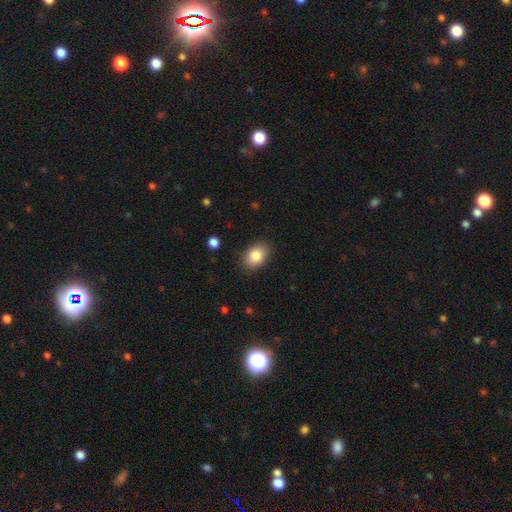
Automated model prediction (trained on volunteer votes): This is clearly a smooth galaxy (85%). How rounded: clearly in between (81%). Merging: clearly none (86%).